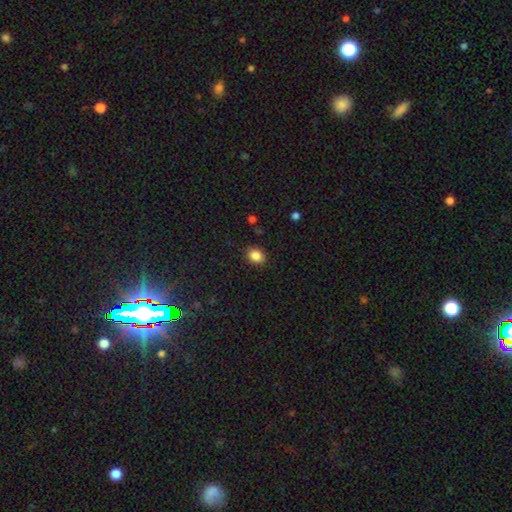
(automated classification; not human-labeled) Smooth or featured?
  - smooth: 86% *
  - star or artifact: 10%
  - featured or disk: 4%
How rounded?
  - round: 50% *
  - in between: 49%
  - cigar-shaped: 1%
Merging?
  - none: 87% *
  - minor disturbance: 9%
  - major disturbance: 2%
  - merger: 1%